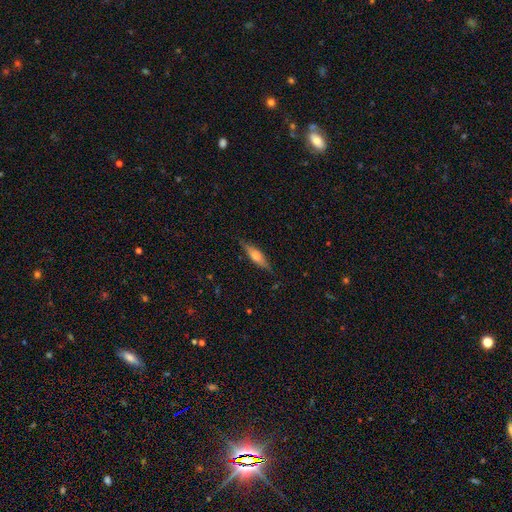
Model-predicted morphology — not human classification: Smooth or featured: featured or disk — 55% (smooth — 39%)
Edge-on disk: yes — 94% (no — 6%)
Edge-on bulge: rounded — 83% (boxy — 12%)
Merging: none — 85% (minor disturbance — 11%)